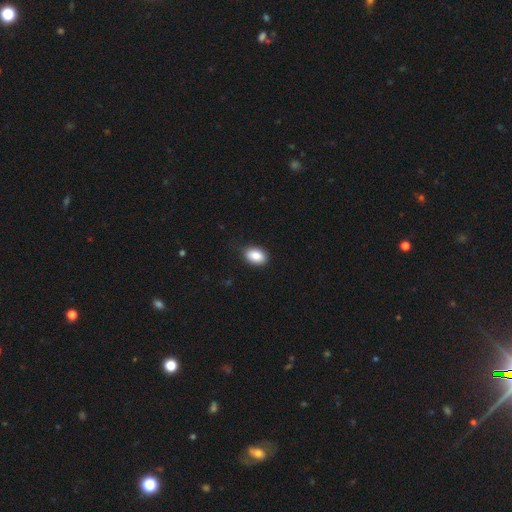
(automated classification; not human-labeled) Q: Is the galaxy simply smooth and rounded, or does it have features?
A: smooth — 87%.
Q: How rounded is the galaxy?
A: in between — 86%.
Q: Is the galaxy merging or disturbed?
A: none — 86%.